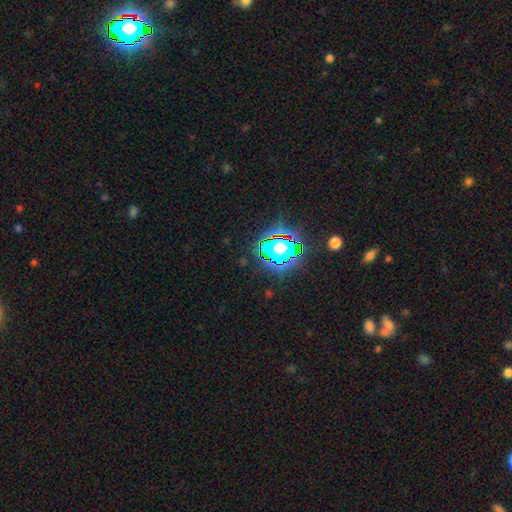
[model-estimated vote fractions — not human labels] smooth-or-featured: star or artifact: 79% | smooth: 13% | featured or disk: 8%